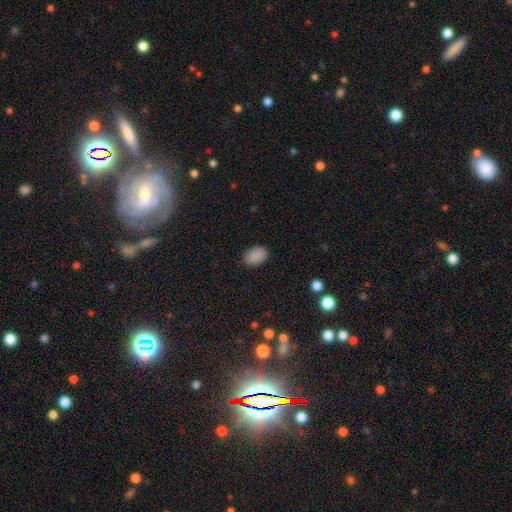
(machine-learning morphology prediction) Smooth or featured? smooth (89%)
How rounded? in between (84%)
Merging? none (87%)